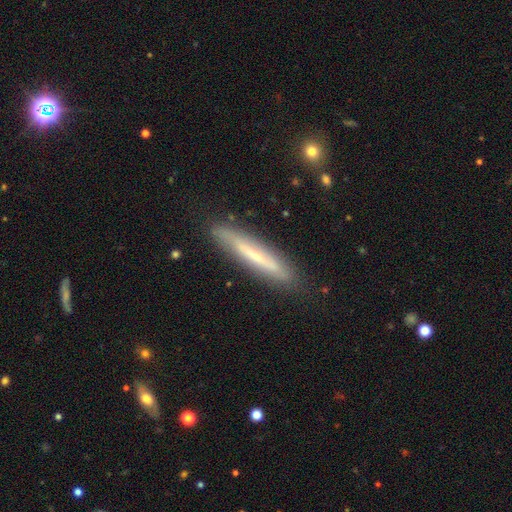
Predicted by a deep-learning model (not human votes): featured or disk 55%, smooth 38%, star or artifact 7%. Down the decision tree: edge-on disk — yes (77%); merging — none (84%).